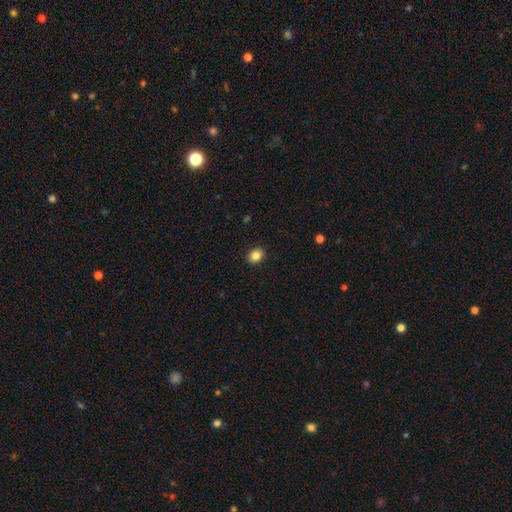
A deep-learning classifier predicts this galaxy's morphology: A smooth galaxy with no disk features (84%) that is in between round and cigar-shaped (52%). Merging: none (91%).